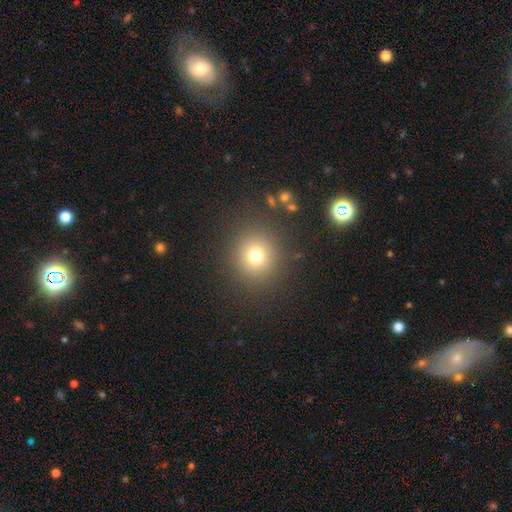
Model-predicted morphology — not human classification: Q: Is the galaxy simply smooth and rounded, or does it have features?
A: smooth — 73%.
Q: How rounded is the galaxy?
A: round — 89%.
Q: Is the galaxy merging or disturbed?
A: none — 87%.